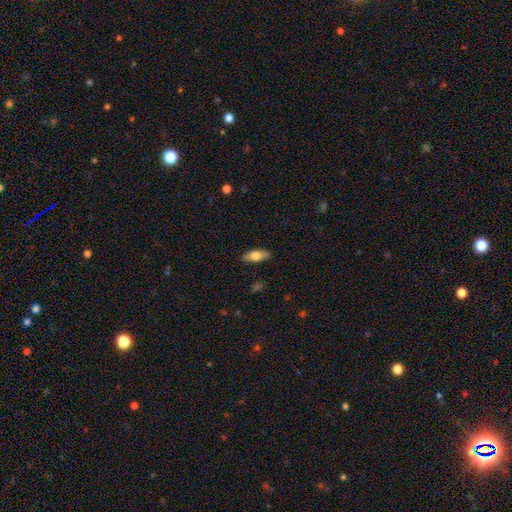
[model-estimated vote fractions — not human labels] Morphology: type=smooth (71%); roundness=in between (71%); merging=none (87%).